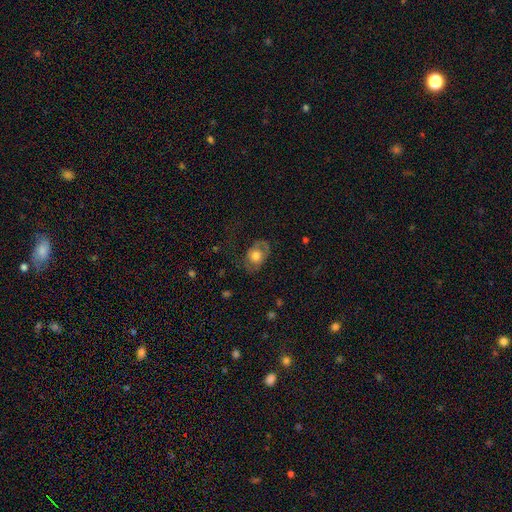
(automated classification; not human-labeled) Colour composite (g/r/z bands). It shows a smooth galaxy with no disk features (58%) that is in between round and cigar-shaped (68%). Merging: none (56%).